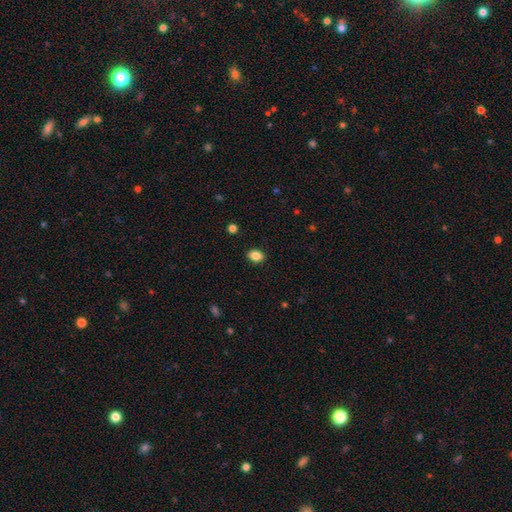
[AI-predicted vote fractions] The model was most divided on "how rounded": in between: 71%, round: 28%, cigar-shaped: 1%. More confident: merging — none (90%); smooth or featured — smooth (86%).